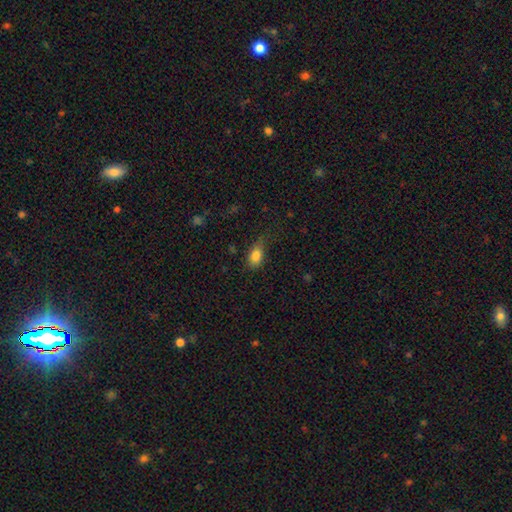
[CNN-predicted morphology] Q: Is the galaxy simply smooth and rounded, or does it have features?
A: smooth — 84%.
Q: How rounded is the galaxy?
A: in between — 84%.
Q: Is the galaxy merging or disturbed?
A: none — 57%.